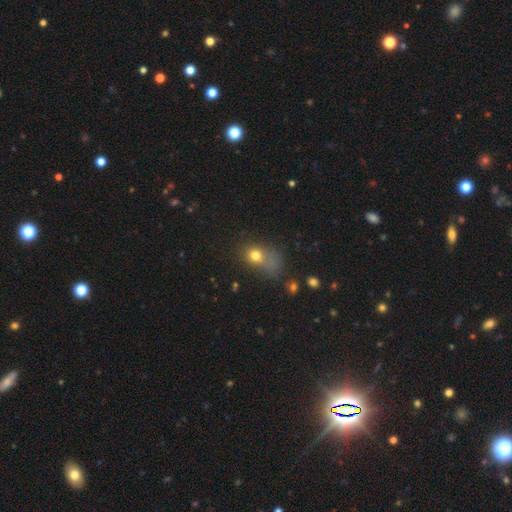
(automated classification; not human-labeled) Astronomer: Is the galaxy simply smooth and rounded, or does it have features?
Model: smooth — 72%.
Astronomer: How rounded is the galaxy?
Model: in between — 52% (runner-up: round, 46%).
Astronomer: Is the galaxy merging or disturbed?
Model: major disturbance — 37% (runner-up: none, 28%).